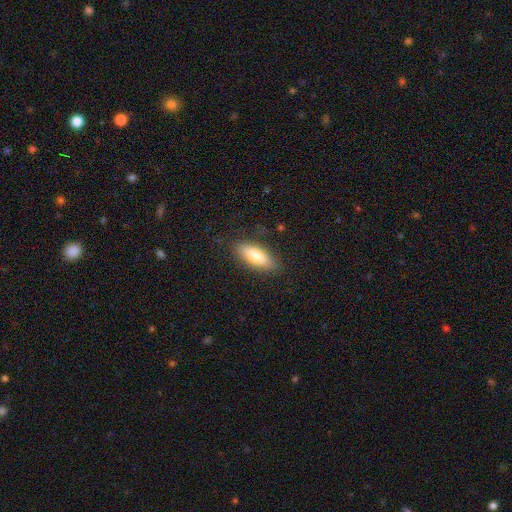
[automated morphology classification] Smooth or featured: smooth — 78% (featured or disk — 16%)
How rounded: in between — 67% (cigar-shaped — 30%)
Merging: none — 85% (minor disturbance — 11%)